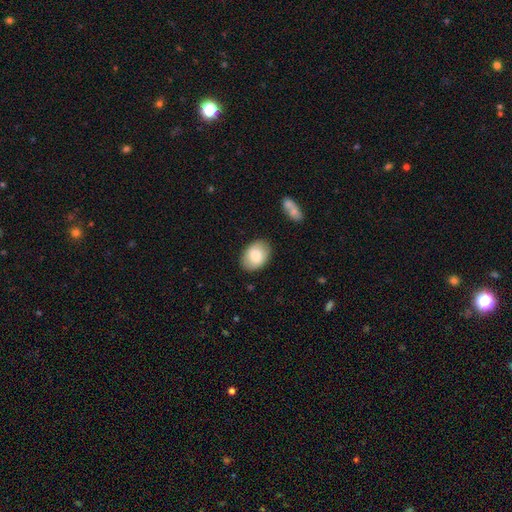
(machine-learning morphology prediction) smooth 82%, featured or disk 12%, star or artifact 6%. Down the decision tree: how rounded — in between (82%); merging — none (86%).